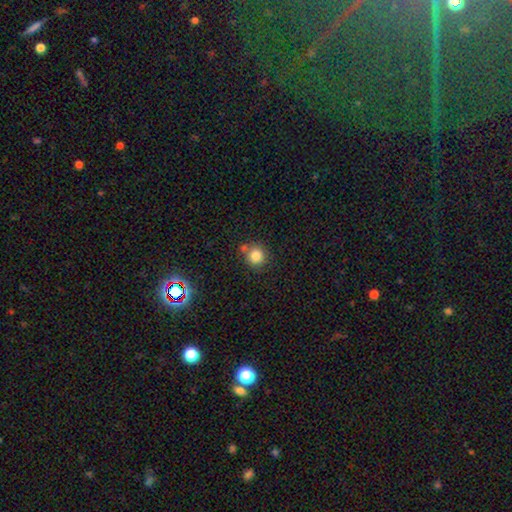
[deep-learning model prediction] A smooth galaxy with no disk features (82%) that is round (91%). Merging: none (68%).